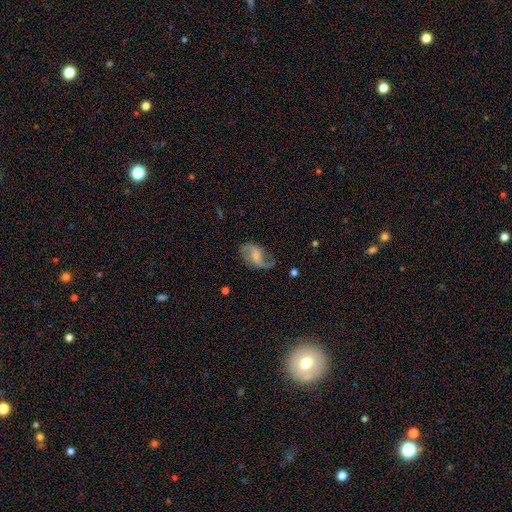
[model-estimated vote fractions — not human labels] featured or disk 77%, smooth 16%, star or artifact 7%. Down the decision tree: edge-on disk — no (97%); bar — weak (50%); spiral arms — yes (92%); spiral arm count — 2 (86%); spiral winding — loose (67%); bulge size — small (33%); merging — none (66%).